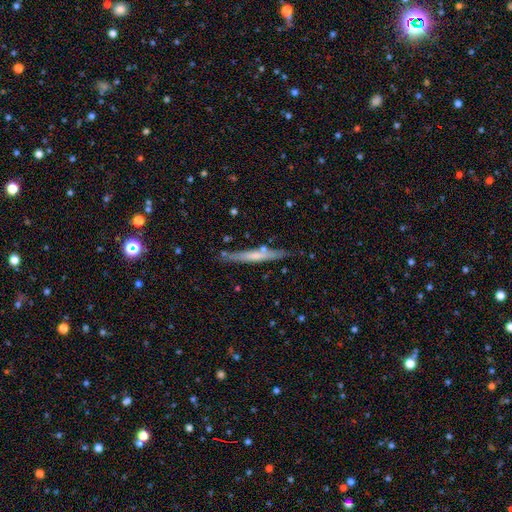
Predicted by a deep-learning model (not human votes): A smooth galaxy with no disk features (49%). Merging: none (81%).